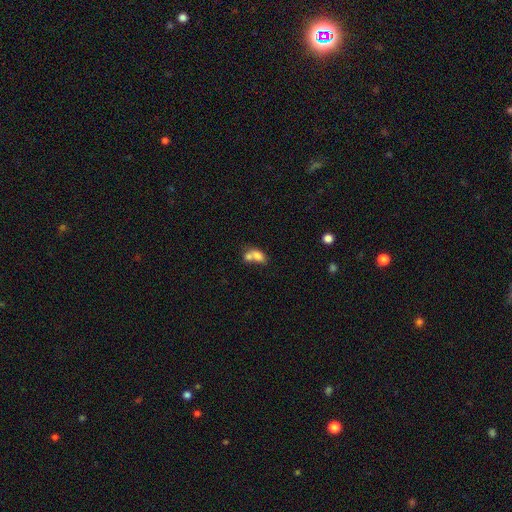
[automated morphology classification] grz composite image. It shows a smooth galaxy with no disk features (73%) that is in between round and cigar-shaped (79%). Merging: merger (67%).